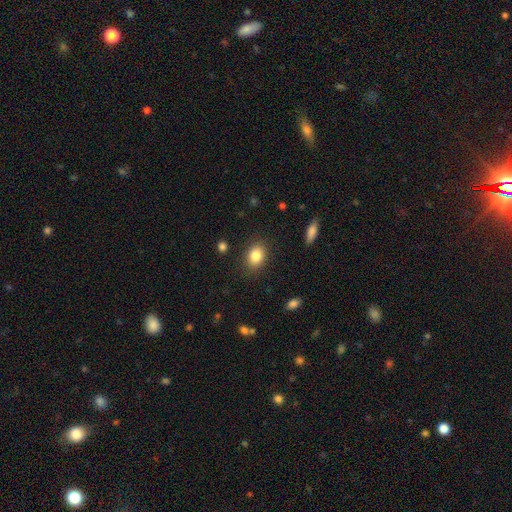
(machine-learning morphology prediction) Q: Smooth or featured?
A: smooth (85%); runner-up: star or artifact (9%)
Q: How rounded?
A: in between (67%); runner-up: round (32%)
Q: Merging?
A: none (86%); runner-up: minor disturbance (10%)